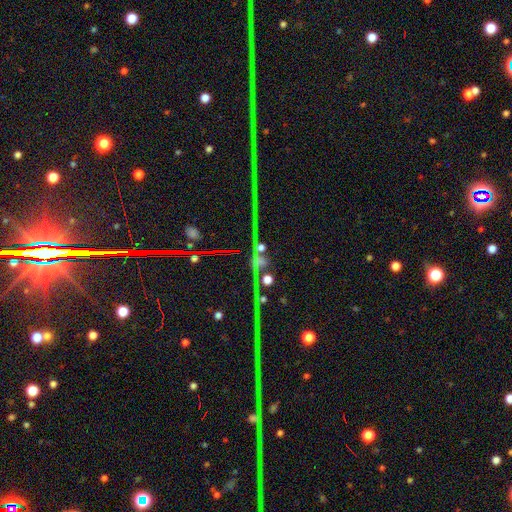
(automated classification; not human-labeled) Overall: star or artifact (85%).